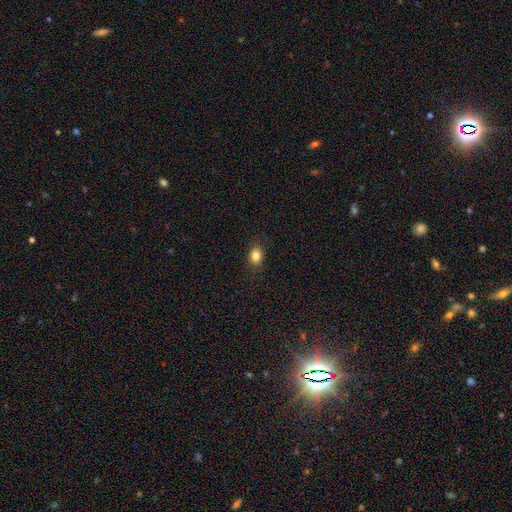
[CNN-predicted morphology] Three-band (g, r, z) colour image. It shows a smooth galaxy with no disk features (84%) that is in between round and cigar-shaped (63%). Merging: none (85%).